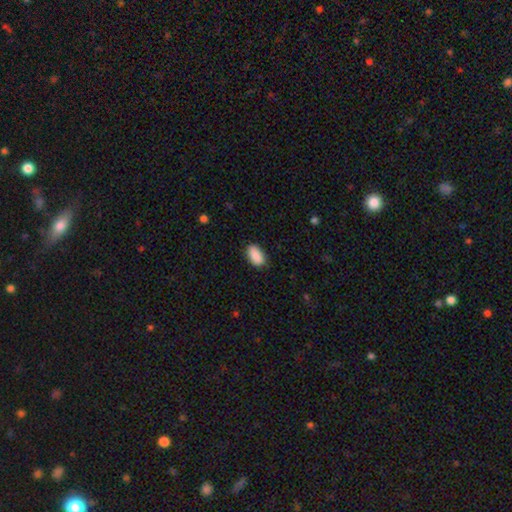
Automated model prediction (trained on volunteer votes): Overall: smooth (90%). How rounded: in between (94%). Merging: none (84%).